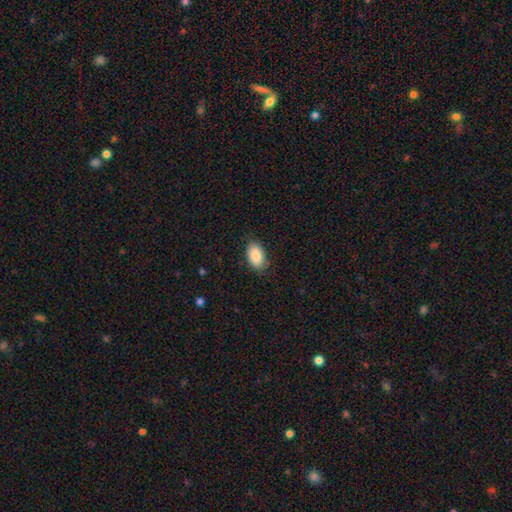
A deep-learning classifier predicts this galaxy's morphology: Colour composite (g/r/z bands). It shows a smooth galaxy with no disk features (88%) that is in between round and cigar-shaped (93%). Merging: none (83%).